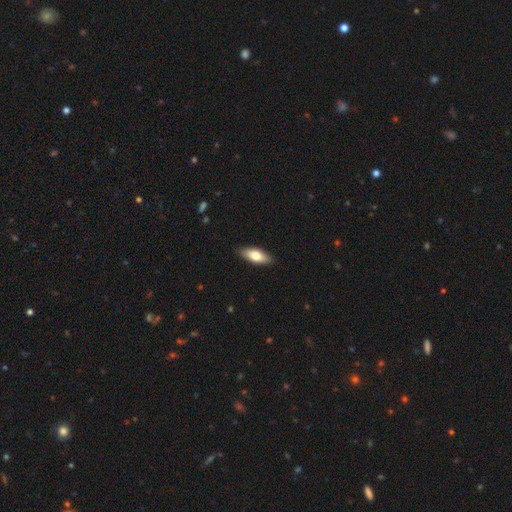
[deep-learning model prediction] smooth-or-featured: smooth: 73% | featured or disk: 21% | star or artifact: 6%
  how-rounded: in between: 72% | cigar-shaped: 26% | round: 2%
  merging: none: 89% | minor disturbance: 9% | major disturbance: 2% | merger: 1%